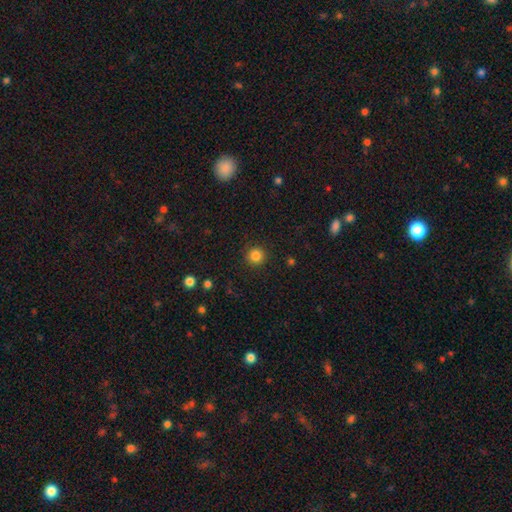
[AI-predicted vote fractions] smooth-or-featured: smooth: 84% | star or artifact: 12% | featured or disk: 4%
  how-rounded: round: 95% | in between: 4% | cigar-shaped: 1%
  merging: none: 91% | minor disturbance: 6% | major disturbance: 2% | merger: 1%